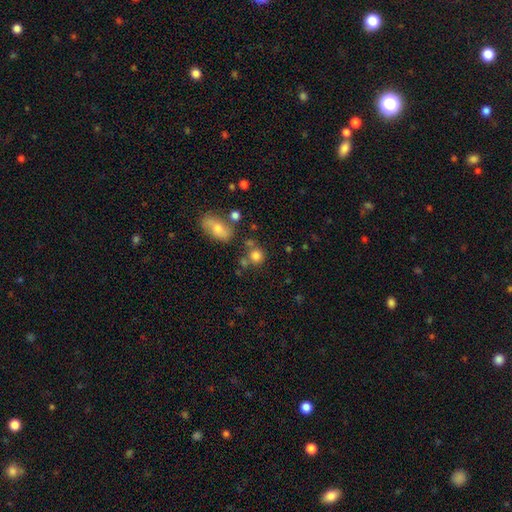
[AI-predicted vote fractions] Smooth or featured?
  - smooth: 79% *
  - star or artifact: 12%
  - featured or disk: 9%
How rounded?
  - round: 84% *
  - in between: 14%
  - cigar-shaped: 1%
Merging?
  - none: 63% *
  - merger: 20%
  - minor disturbance: 12%
  - major disturbance: 5%